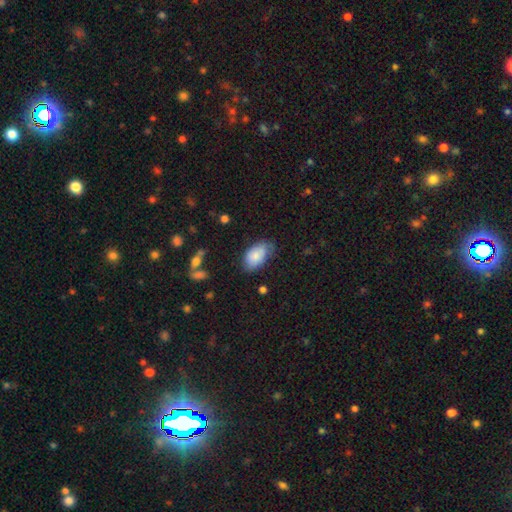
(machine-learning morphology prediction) type=smooth (83%); roundness=in between (93%); merging=none (64%).